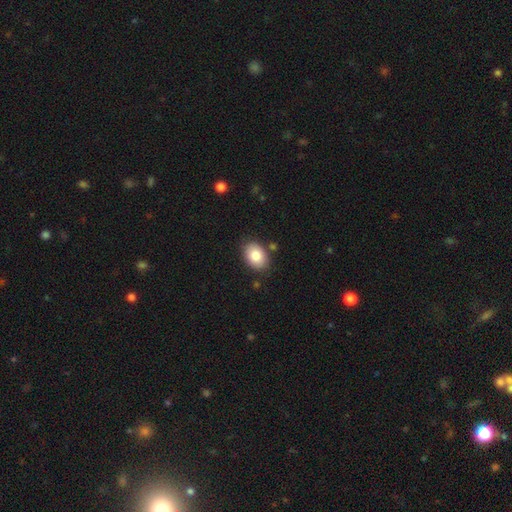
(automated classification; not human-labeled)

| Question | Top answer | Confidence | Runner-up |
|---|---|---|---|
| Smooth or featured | smooth | 85% | featured or disk (8%) |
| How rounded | in between | 79% | round (20%) |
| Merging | none | 83% | minor disturbance (11%) |